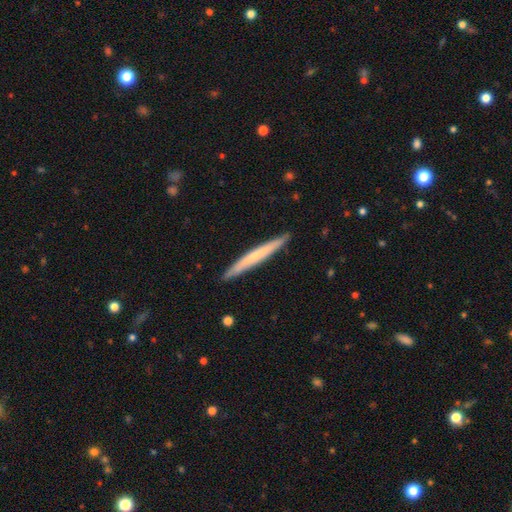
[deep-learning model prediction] Smooth or featured?
  - smooth: 58% *
  - featured or disk: 37%
  - star or artifact: 5%
How rounded?
  - cigar-shaped: 97% *
  - in between: 2%
  - round: 1%
Merging?
  - none: 91% *
  - minor disturbance: 7%
  - major disturbance: 1%
  - merger: 1%